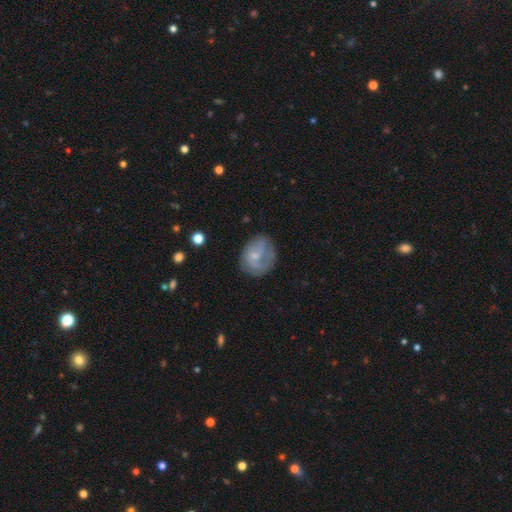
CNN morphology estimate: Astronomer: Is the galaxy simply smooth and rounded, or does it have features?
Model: featured or disk — 53% (runner-up: smooth, 39%).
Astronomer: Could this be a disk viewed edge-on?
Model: no — 97%.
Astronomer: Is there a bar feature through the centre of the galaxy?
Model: no — 64%.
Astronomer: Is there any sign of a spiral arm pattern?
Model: yes — 72%.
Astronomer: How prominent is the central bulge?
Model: small — 66%.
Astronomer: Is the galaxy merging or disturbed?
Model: none — 57%.